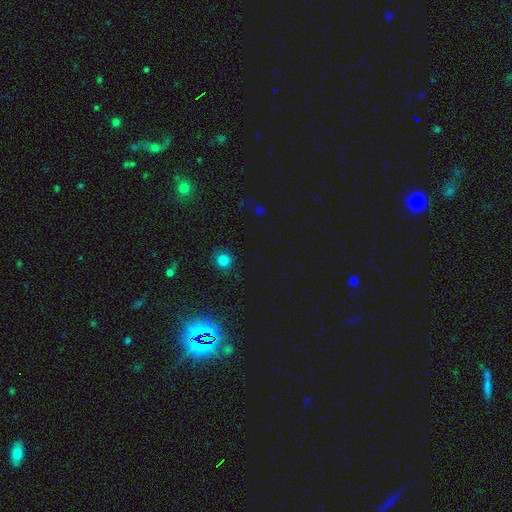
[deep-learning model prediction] A smooth galaxy with no disk features (57%) that is round (85%).

Vote fractions:
- Smooth or featured? smooth: 57% / star or artifact: 38% / featured or disk: 6%
- How rounded? round: 85% / in between: 13% / cigar-shaped: 2%
- Merging? none: 84% / minor disturbance: 9% / major disturbance: 4% / merger: 3%